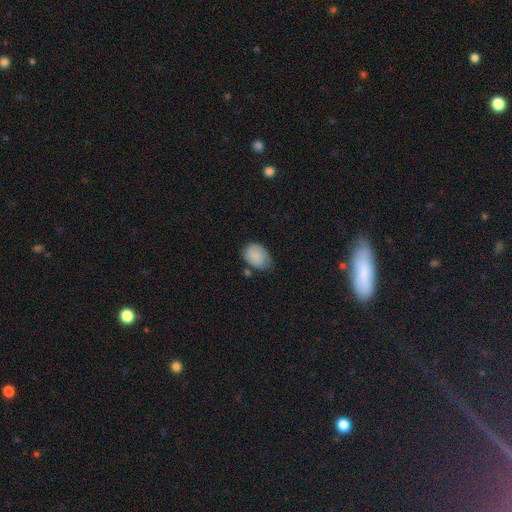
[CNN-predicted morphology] Smooth or featured? smooth (84%)
How rounded? in between (73%)
Merging? none (52%)